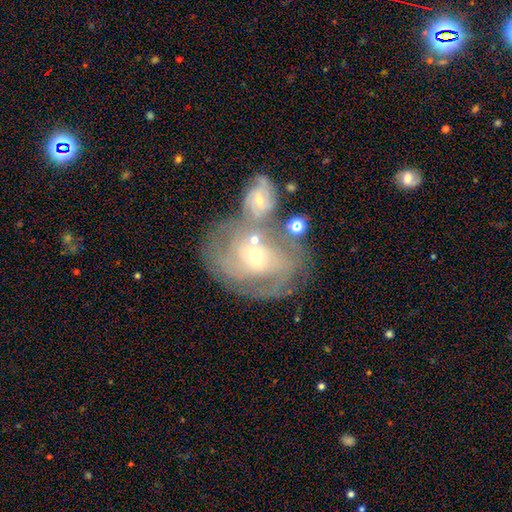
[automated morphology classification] smooth-or-featured: featured or disk: 72% | smooth: 19% | star or artifact: 9%
  disk-edge-on: no: 96% | yes: 4%
    bar: no: 70% | weak: 23% | strong: 7%
    has-spiral-arms: yes: 81% | no: 19%
      spiral-winding: tight: 55% | medium: 34% | loose: 11%
      spiral-arm-count: can't tell: 40% | 2: 26% | 3: 19% | 4: 7% | 1: 4% | more than 4: 4%
    bulge-size: small: 60% | moderate: 35% | large: 2% | none: 1% | dominant: 1%
  merging: merger: 47% | none: 32% | minor disturbance: 13% | major disturbance: 9%